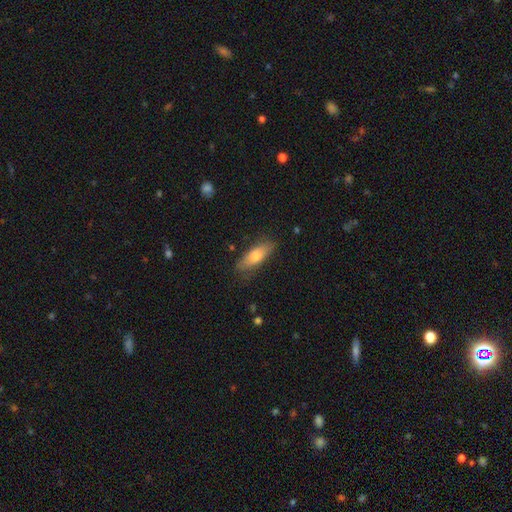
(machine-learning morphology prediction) This appears to be a smooth galaxy with no disk features (69%) that is in between round and cigar-shaped (58%). Merging: none (82%).